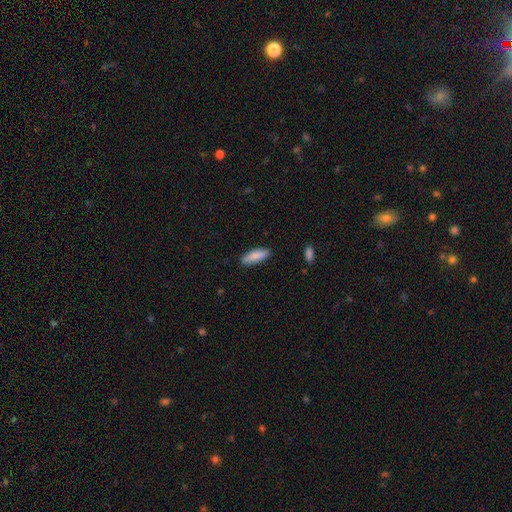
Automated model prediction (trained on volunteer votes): Smooth or featured? Predicted: smooth (p=0.86). How rounded? Predicted: in between (p=0.54). Merging? Predicted: none (p=0.87).